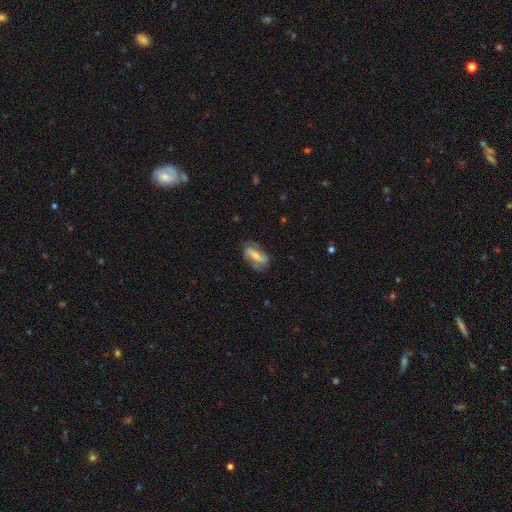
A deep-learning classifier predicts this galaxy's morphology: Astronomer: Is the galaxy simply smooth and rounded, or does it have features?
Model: featured or disk — 61%.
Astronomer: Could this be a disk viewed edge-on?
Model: no — 89%.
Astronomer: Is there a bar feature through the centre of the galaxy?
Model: strong — 52%.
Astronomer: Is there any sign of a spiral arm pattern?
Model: yes — 80%.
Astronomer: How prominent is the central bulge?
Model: small — 49% (runner-up: moderate, 41%).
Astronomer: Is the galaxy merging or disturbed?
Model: none — 71%.